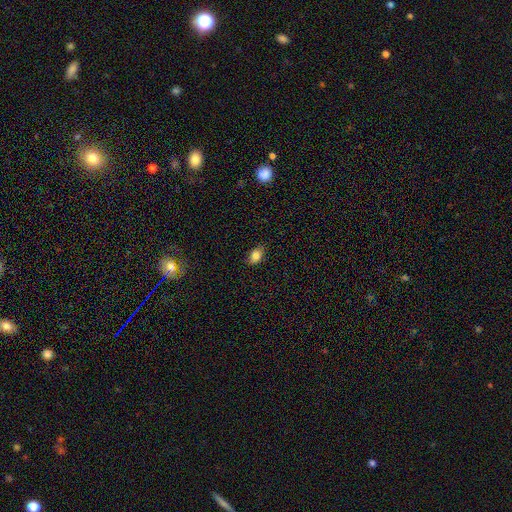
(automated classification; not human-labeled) A smooth galaxy with no disk features (82%) that is in between round and cigar-shaped (82%). Merging: none (82%).